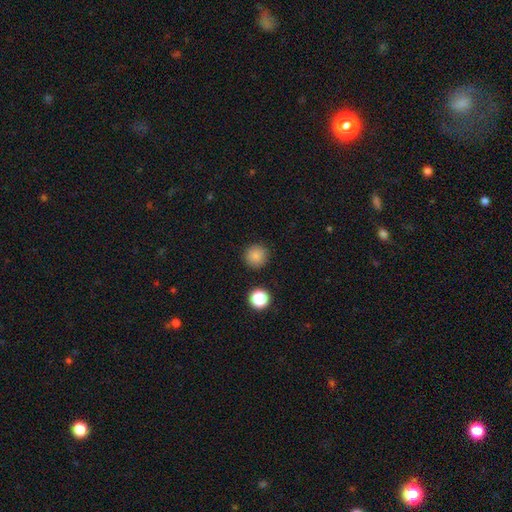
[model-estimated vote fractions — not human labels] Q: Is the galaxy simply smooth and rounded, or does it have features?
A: smooth — 83%.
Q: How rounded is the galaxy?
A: round — 95%.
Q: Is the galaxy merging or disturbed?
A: none — 89%.